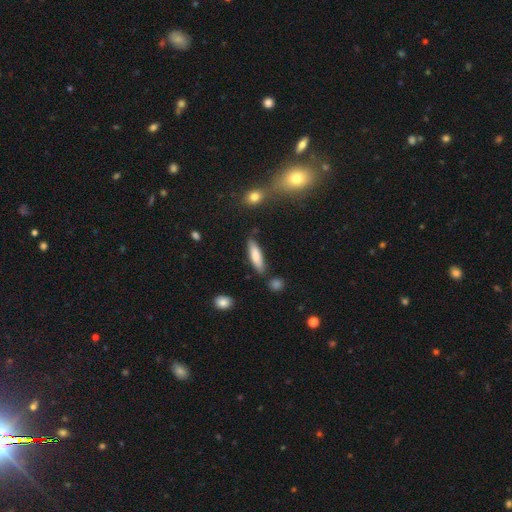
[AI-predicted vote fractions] smooth-or-featured: smooth: 74% | featured or disk: 19% | star or artifact: 6%
  how-rounded: cigar-shaped: 70% | in between: 28% | round: 2%
  merging: none: 81% | minor disturbance: 12% | merger: 4% | major disturbance: 3%